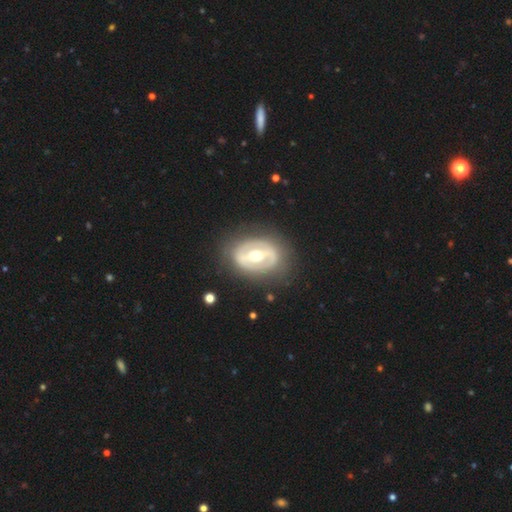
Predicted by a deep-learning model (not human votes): A featured or disk galaxy (72%) with a strong bar (57%), no spiral arms (71%) and a moderate central bulge (73%). Merging: none (78%).